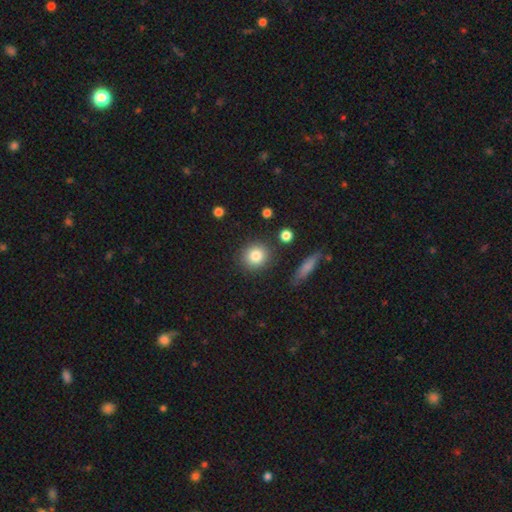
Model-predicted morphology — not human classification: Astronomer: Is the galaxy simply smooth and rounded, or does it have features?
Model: smooth — 83%.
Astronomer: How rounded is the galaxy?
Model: round — 85%.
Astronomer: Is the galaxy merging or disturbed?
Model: none — 86%.